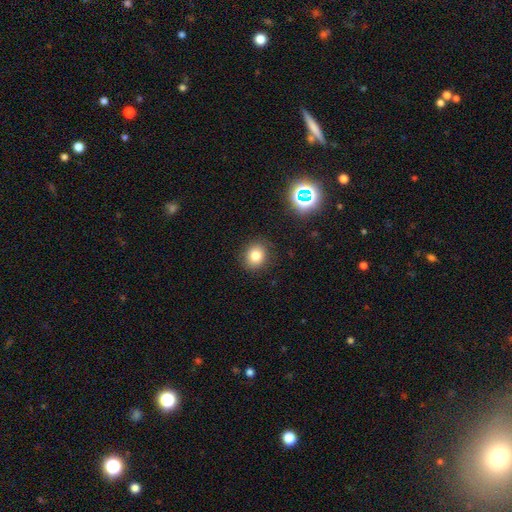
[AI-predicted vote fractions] smooth-or-featured: smooth: 80% | star or artifact: 13% | featured or disk: 8%
  how-rounded: round: 69% | in between: 30% | cigar-shaped: 1%
  merging: none: 88% | minor disturbance: 9% | major disturbance: 3% | merger: 1%